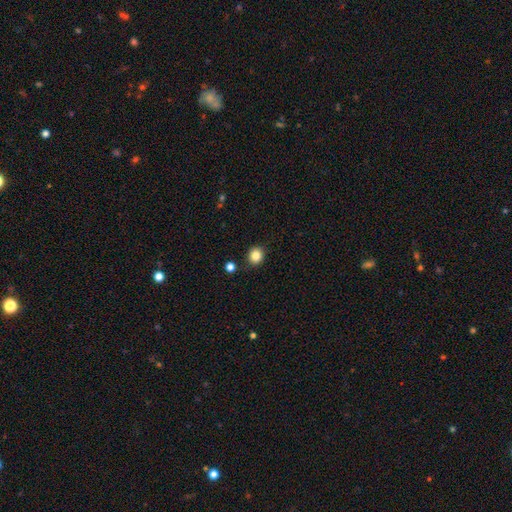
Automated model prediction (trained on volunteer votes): Smooth or featured? Predicted: smooth (p=0.84). How rounded? Predicted: round (p=0.81). Merging? Predicted: none (p=0.86).